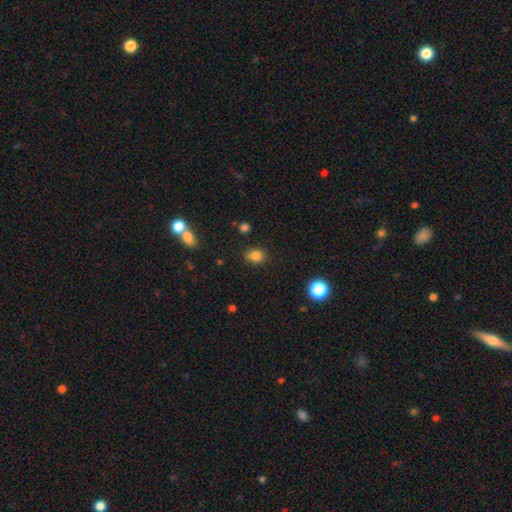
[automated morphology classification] Overall: smooth (82%). How rounded: round (53%; in between 46%). Merging: none (78%).